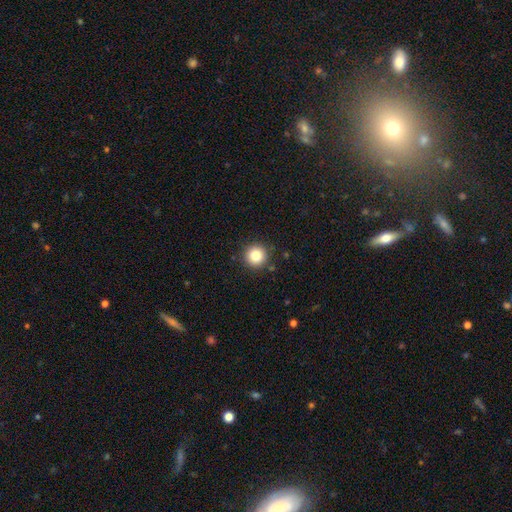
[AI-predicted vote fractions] Overall: smooth (83%). How rounded: round (96%). Merging: none (90%).